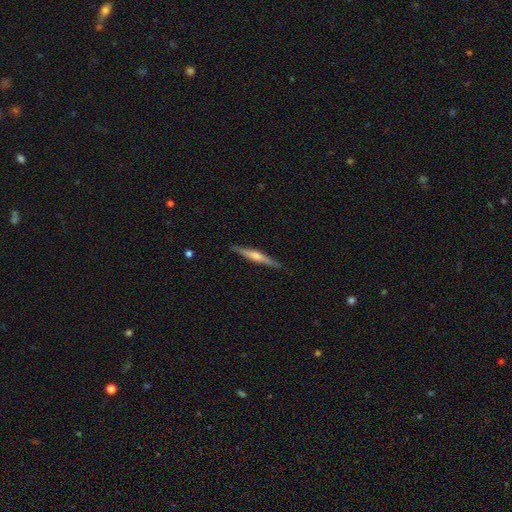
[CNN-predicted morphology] smooth-or-featured: featured or disk: 70% | smooth: 24% | star or artifact: 5%
  disk-edge-on: yes: 98% | no: 2%
    edge-on-bulge: rounded: 82% | none: 10% | boxy: 9%
  merging: none: 91% | minor disturbance: 7% | major disturbance: 1% | merger: 1%